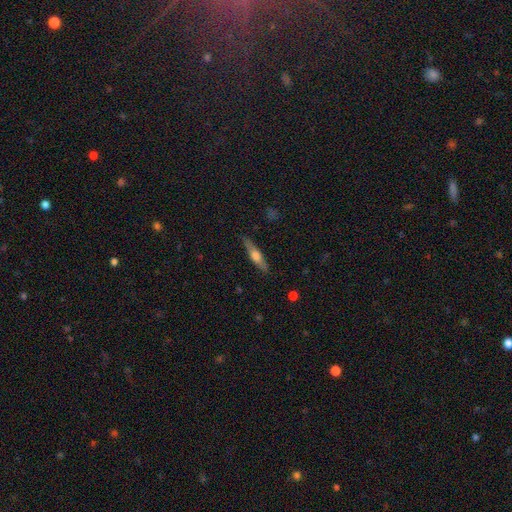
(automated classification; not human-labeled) Morphology: type=featured or disk (49%); merging=none (86%).